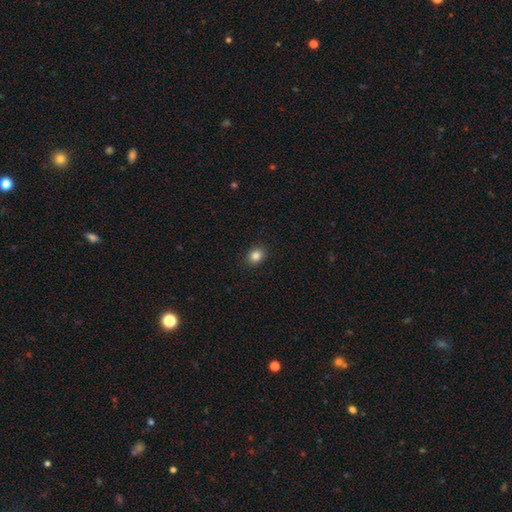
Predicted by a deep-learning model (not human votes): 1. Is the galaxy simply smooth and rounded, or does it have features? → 85% smooth, 11% star or artifact, 4% featured or disk.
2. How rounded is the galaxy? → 61% round, 39% in between, 1% cigar-shaped.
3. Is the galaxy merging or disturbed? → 91% none, 7% minor disturbance, 2% major disturbance, 1% merger.